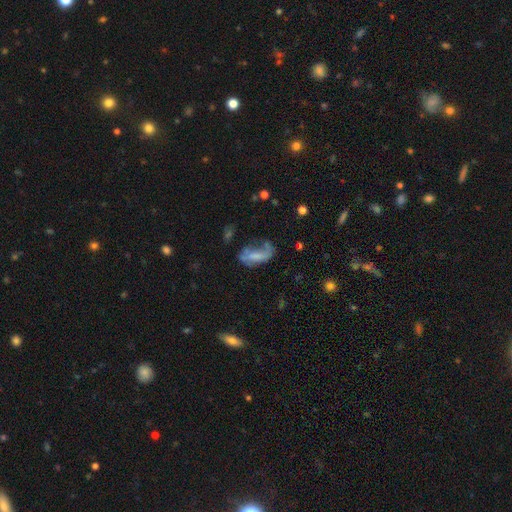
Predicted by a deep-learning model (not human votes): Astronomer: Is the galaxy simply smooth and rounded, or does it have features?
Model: smooth — 47% (runner-up: featured or disk, 42%).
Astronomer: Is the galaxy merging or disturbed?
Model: major disturbance — 38% (runner-up: none, 30%).